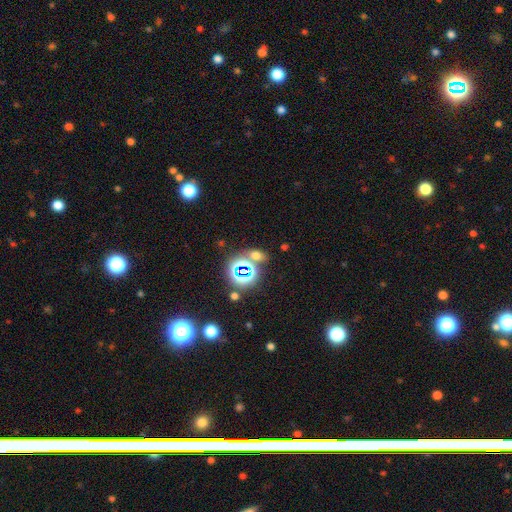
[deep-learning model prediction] Smooth or featured? smooth (48%)
Merging? none (67%)